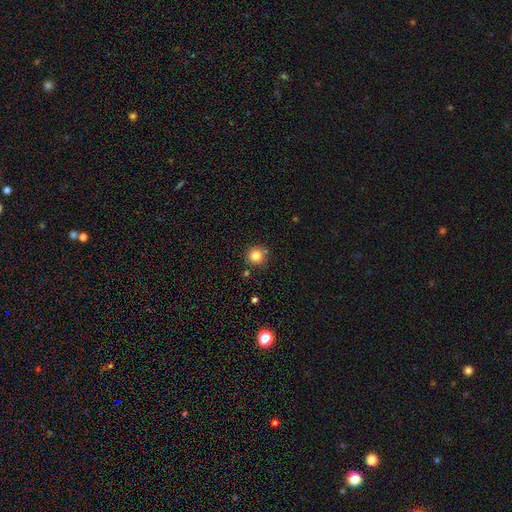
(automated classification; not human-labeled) The model was most divided on "smooth or featured": smooth: 81%, star or artifact: 12%, featured or disk: 6%. More confident: how rounded — round (94%); merging — none (81%).